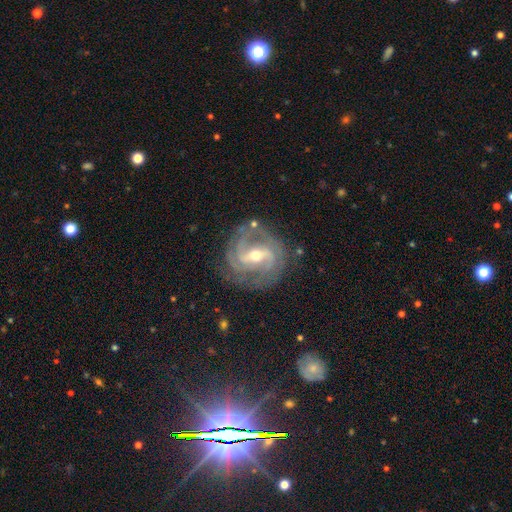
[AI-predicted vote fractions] Morphology: type=featured or disk (90%); edge-on=no (97%); bar=weak (43%); spiral arms=yes (97%); winding=tight (50%); arm count=2 (37%); bulge=moderate (54%); merging=none (77%).